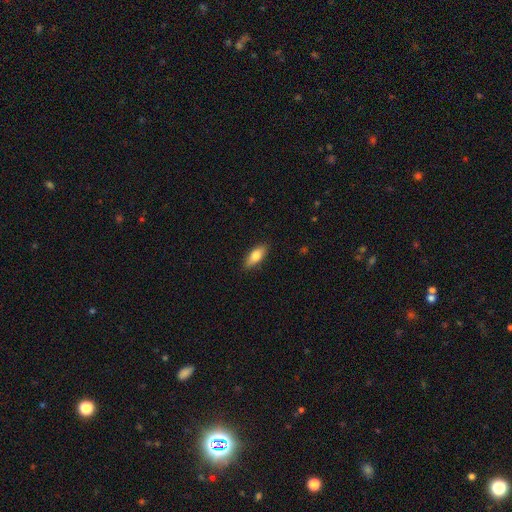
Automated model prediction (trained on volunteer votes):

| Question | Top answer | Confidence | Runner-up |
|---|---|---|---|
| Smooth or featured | smooth | 78% | featured or disk (16%) |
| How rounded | in between | 75% | cigar-shaped (22%) |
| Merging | none | 86% | minor disturbance (11%) |